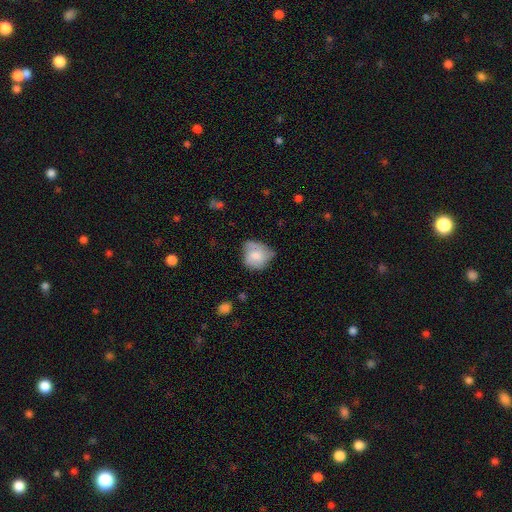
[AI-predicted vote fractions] Smooth or featured: smooth — 63% (featured or disk — 30%)
How rounded: round — 70% (in between — 29%)
Merging: none — 47% (minor disturbance — 38%)